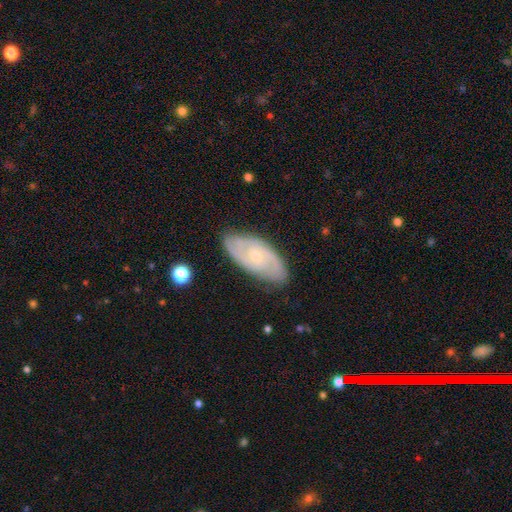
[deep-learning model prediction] Overall: featured or disk (80%). Edge-on disk: no (94%). Bar: no (62%; weak 32%). Spiral arms: yes (95%). Spiral arm count: 2 (57%; can't tell 20%). Spiral winding: tight (53%; medium 37%). Bulge size: small (74%). Merging: none (81%).